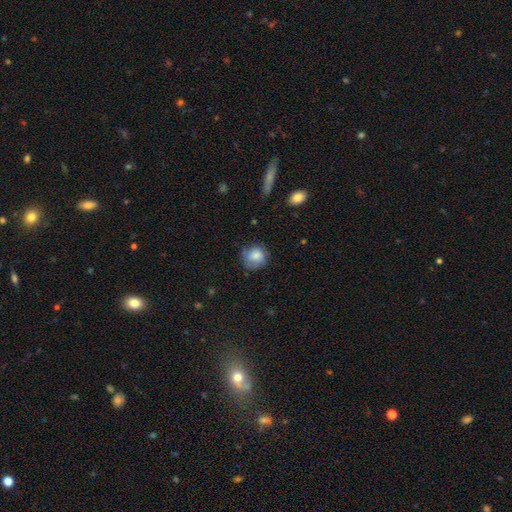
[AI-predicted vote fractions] Morphology: type=smooth (81%); roundness=round (84%); merging=none (66%).